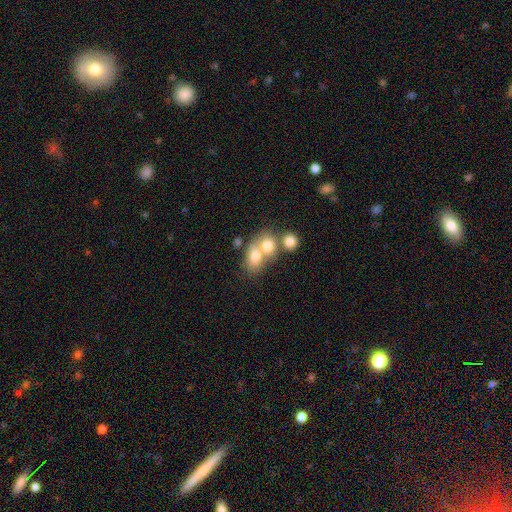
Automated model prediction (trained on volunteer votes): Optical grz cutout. It shows a smooth galaxy with no disk features (72%) that is in between round and cigar-shaped (58%). Merging: merger (61%).